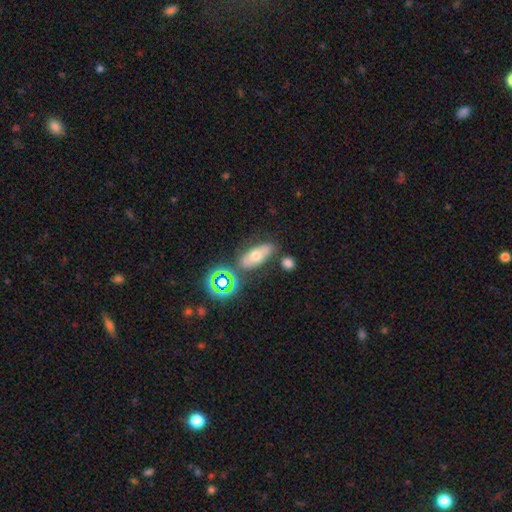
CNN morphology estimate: type=smooth (55%); roundness=in between (74%); merging=none (69%).